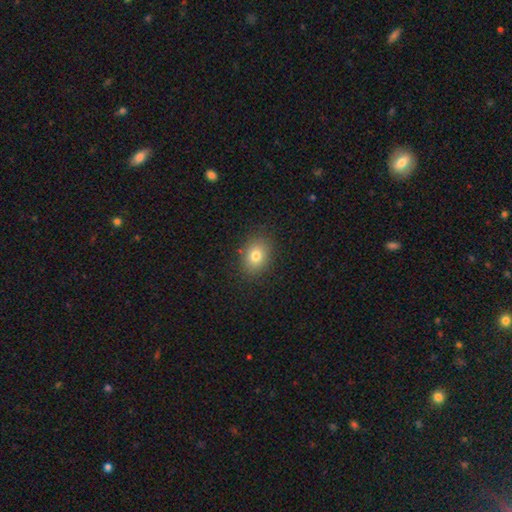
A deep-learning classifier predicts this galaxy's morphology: This is likely a smooth galaxy (78%). How rounded: possibly in between (57%). Merging: clearly none (87%).